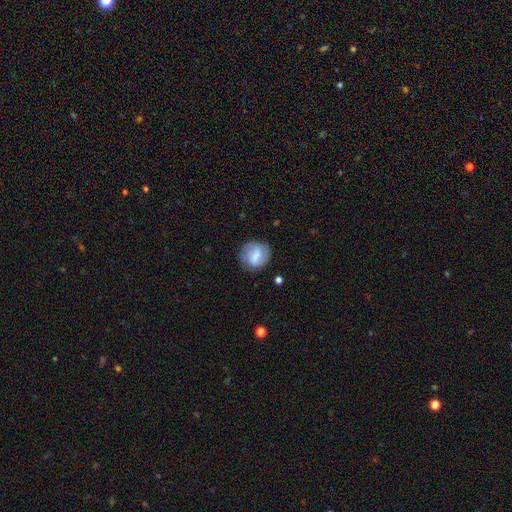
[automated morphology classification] smooth_or_featured: smooth (p=0.61) [alt: featured or disk p=0.31]
how_rounded: round (p=0.79) [alt: in between p=0.20]
merging: none (p=0.73) [alt: minor disturbance p=0.19]